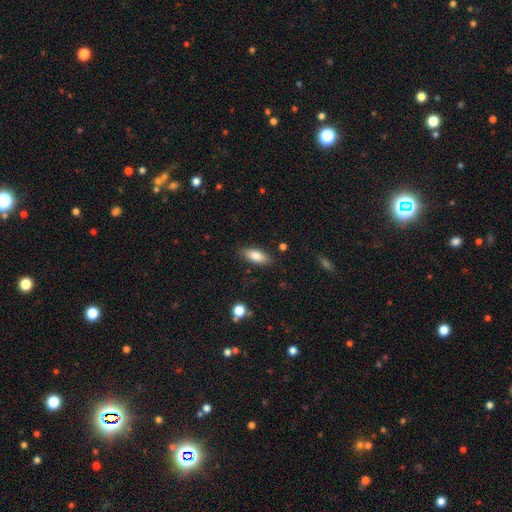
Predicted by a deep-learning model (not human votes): smooth-or-featured: smooth: 82% | featured or disk: 11% | star or artifact: 7%
  how-rounded: in between: 82% | cigar-shaped: 16% | round: 2%
  merging: none: 84% | minor disturbance: 11% | major disturbance: 3% | merger: 2%